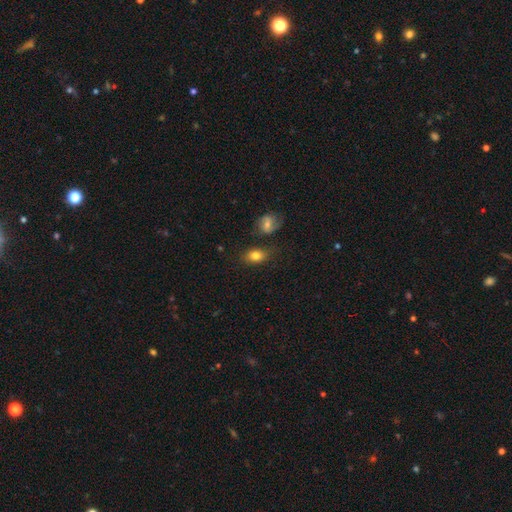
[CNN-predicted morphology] Overall: smooth (80%). How rounded: in between (77%). Merging: none (74%).